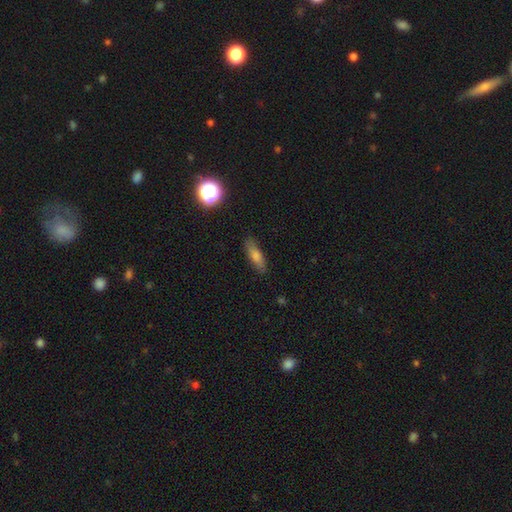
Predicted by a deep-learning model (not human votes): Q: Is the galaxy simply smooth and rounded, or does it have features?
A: smooth — 71%.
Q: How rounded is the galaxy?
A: cigar-shaped — 48%, tied with in between.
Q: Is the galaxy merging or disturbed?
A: none — 83%.